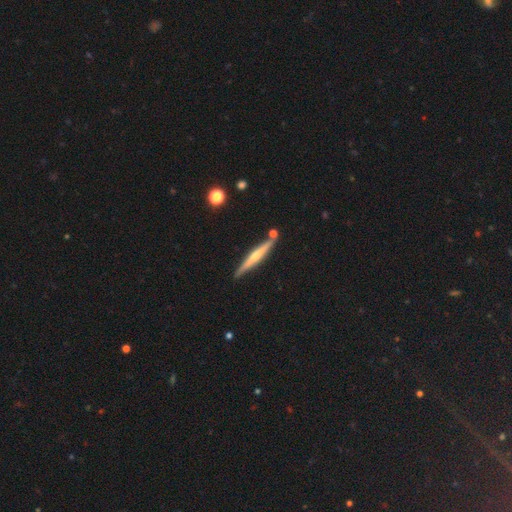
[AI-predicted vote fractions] Morphology: type=featured or disk (58%); edge-on=yes (97%); edge-on bulge=rounded (58%); merging=none (82%).